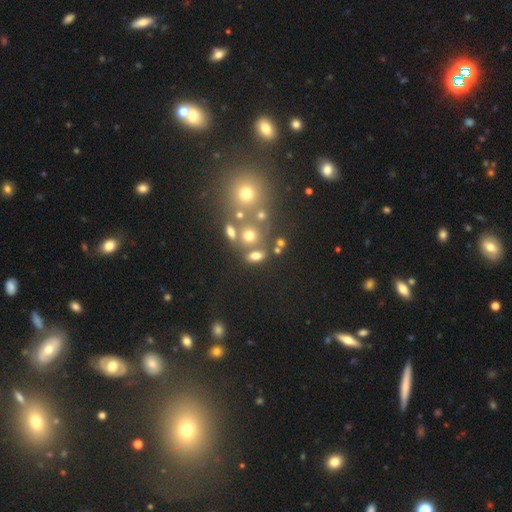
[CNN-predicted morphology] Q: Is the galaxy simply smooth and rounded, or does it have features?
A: smooth — 66%.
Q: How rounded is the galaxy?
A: in between — 73%.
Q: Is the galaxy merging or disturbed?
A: none — 58%.